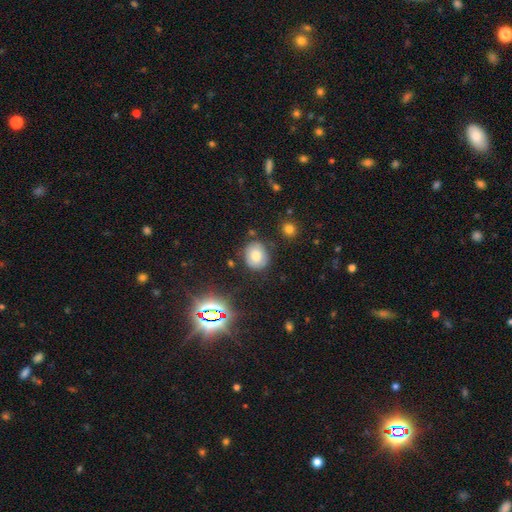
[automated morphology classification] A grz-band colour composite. It shows a smooth galaxy with no disk features (69%) that is round (70%). Merging: none (78%).